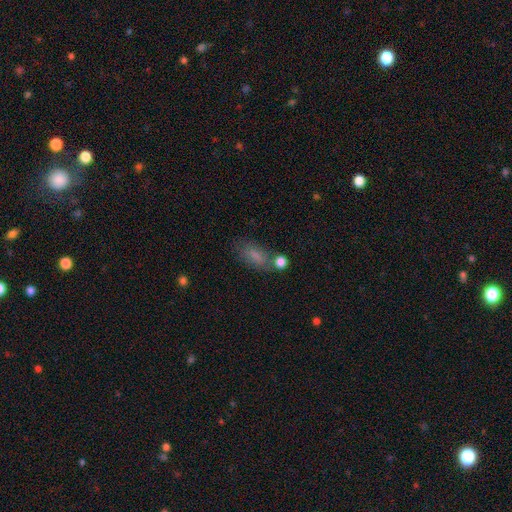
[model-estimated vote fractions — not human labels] This is likely a smooth galaxy (74%). How rounded: clearly in between (82%). Merging: possibly none (59%).